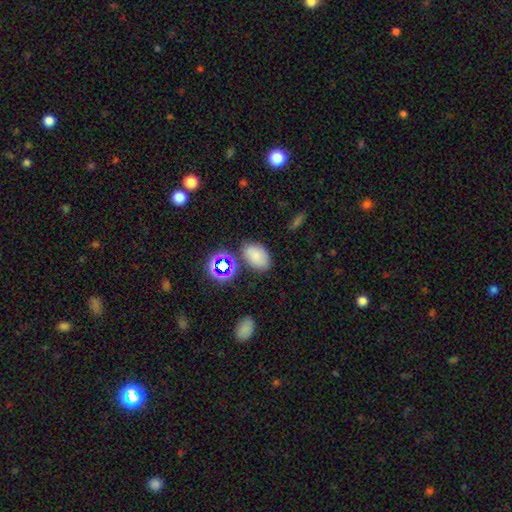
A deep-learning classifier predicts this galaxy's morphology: Smooth or featured? smooth (75%)
How rounded? in between (85%)
Merging? none (71%)